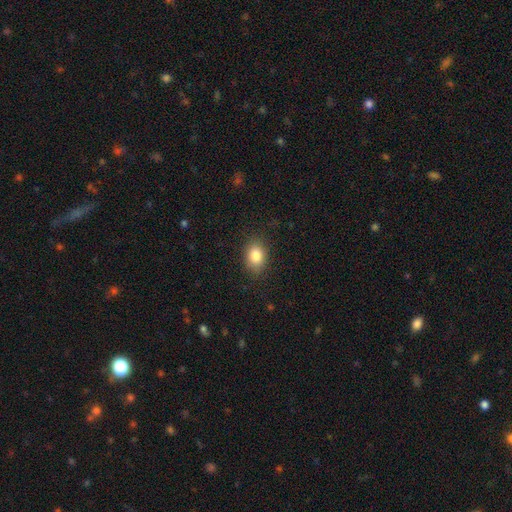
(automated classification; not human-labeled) This appears to be a smooth galaxy with no disk features (84%) that is in between round and cigar-shaped (70%). Merging: none (84%).